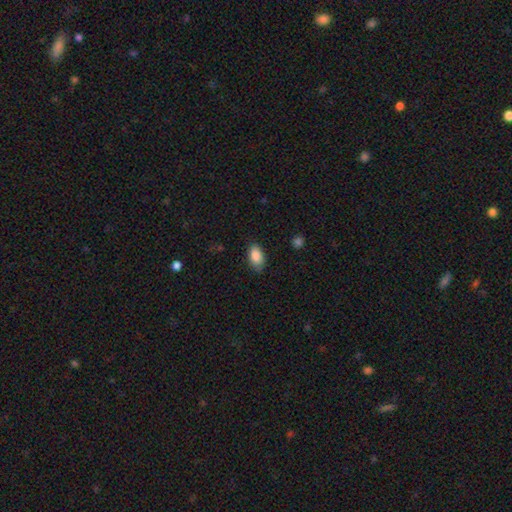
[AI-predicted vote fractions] Smooth or featured? Predicted: smooth (p=0.87). How rounded? Predicted: in between (p=0.93). Merging? Predicted: none (p=0.81).